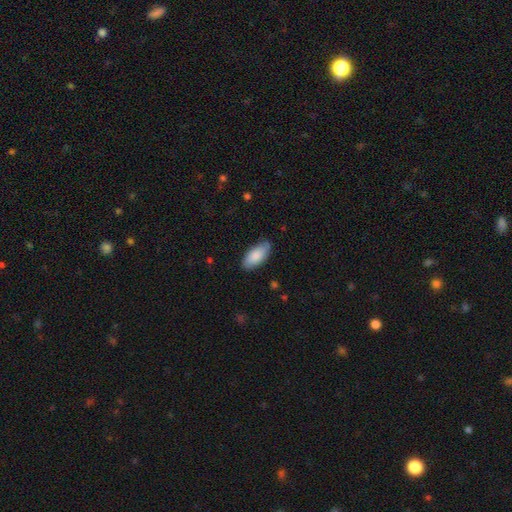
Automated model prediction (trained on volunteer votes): Morphology: type=smooth (83%); roundness=in between (90%); merging=none (79%).